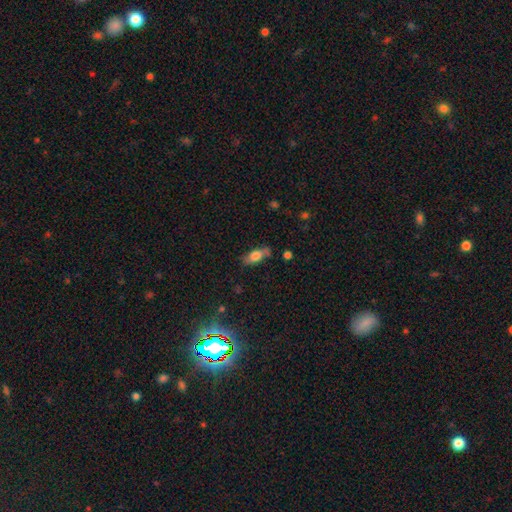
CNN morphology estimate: A smooth galaxy with no disk features (66%) that is in between round and cigar-shaped (71%). Merging: none (71%).